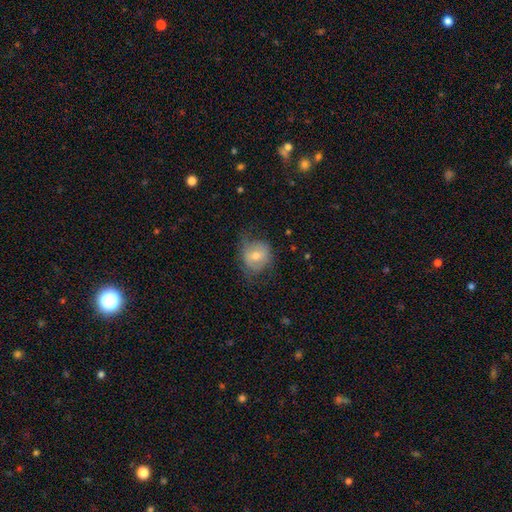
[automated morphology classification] smooth_or_featured: smooth (p=0.58) [alt: featured or disk p=0.34]
how_rounded: round (p=0.70) [alt: in between p=0.29]
merging: none (p=0.50) [alt: minor disturbance p=0.29]